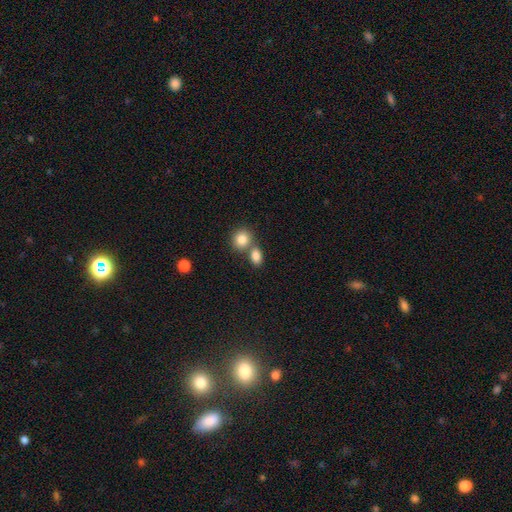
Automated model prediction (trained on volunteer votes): Smooth or featured? smooth (84%)
How rounded? in between (62%)
Merging? none (47%)